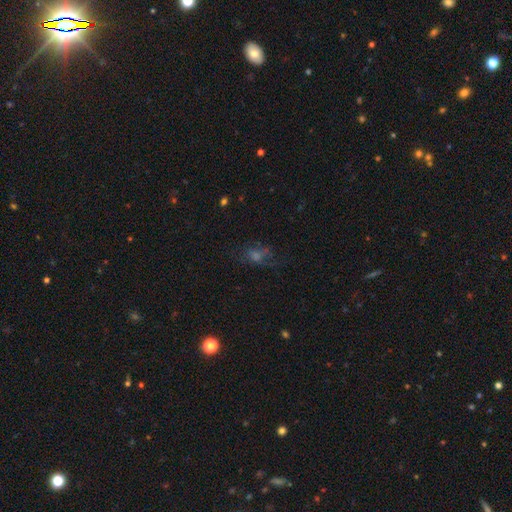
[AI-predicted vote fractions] A smooth galaxy with no disk features (39%).

Vote fractions:
- Smooth or featured? smooth: 39% / star or artifact: 34% / featured or disk: 27%
- Merging? none: 58% / major disturbance: 20% / minor disturbance: 20% / merger: 3%